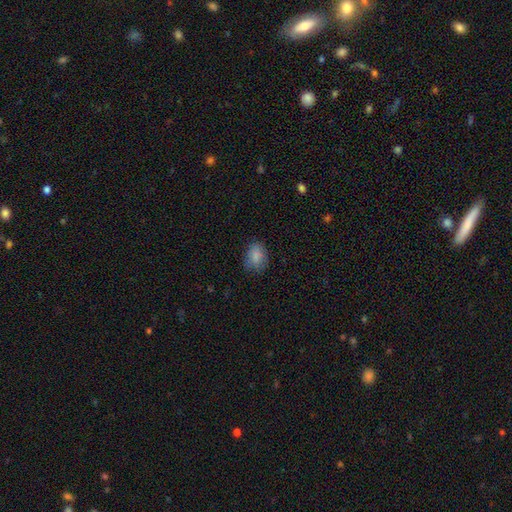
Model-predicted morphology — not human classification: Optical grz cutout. It shows a smooth galaxy with no disk features (84%) that is in between round and cigar-shaped (71%). Merging: none (72%).